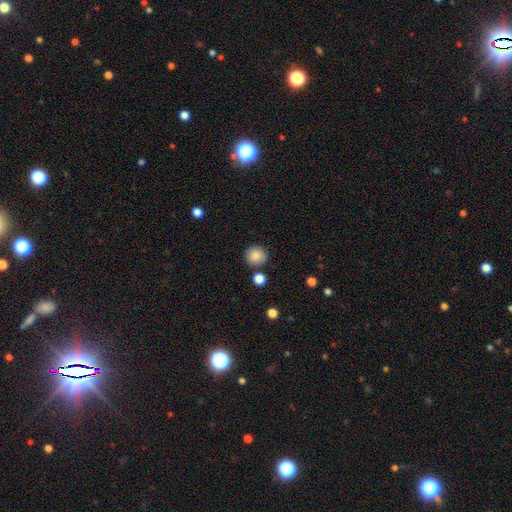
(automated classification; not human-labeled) Smooth or featured?
  - smooth: 85% *
  - star or artifact: 9%
  - featured or disk: 5%
How rounded?
  - round: 91% *
  - in between: 8%
  - cigar-shaped: 1%
Merging?
  - none: 85% *
  - minor disturbance: 8%
  - merger: 5%
  - major disturbance: 2%